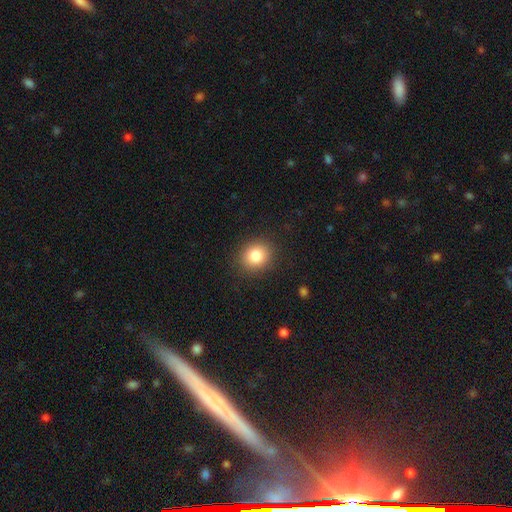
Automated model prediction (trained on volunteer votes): smooth-or-featured: smooth: 83% | star or artifact: 10% | featured or disk: 7%
  how-rounded: round: 74% | in between: 25% | cigar-shaped: 1%
  merging: none: 89% | minor disturbance: 8% | major disturbance: 3% | merger: 1%